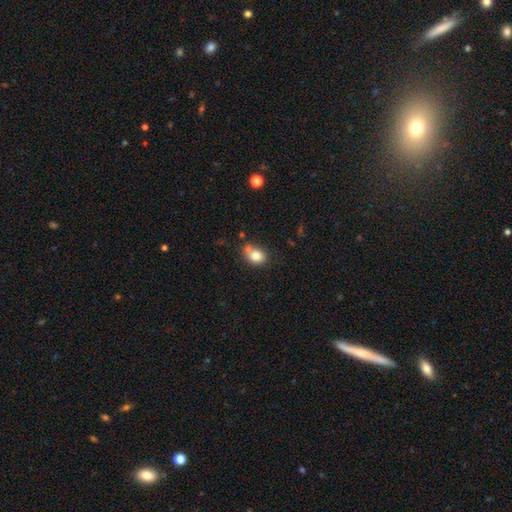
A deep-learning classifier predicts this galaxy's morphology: Overall: smooth (79%). How rounded: in between (58%; round 41%). Merging: none (57%; merger 19%).